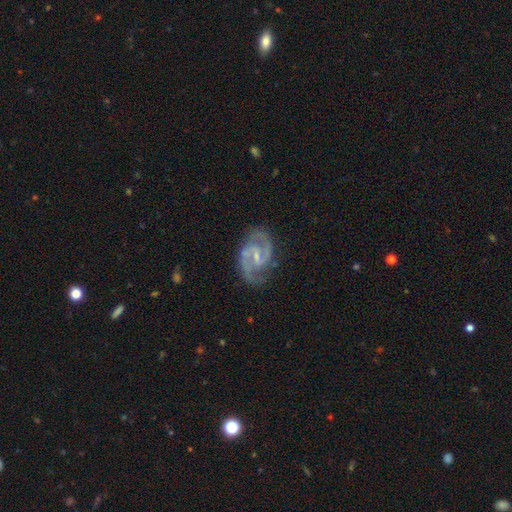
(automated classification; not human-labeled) smooth-or-featured: featured or disk: 90% | smooth: 6% | star or artifact: 5%
  disk-edge-on: no: 98% | yes: 2%
    bar: weak: 58% | strong: 22% | no: 20%
    has-spiral-arms: yes: 97% | no: 3%
      spiral-winding: medium: 62% | tight: 21% | loose: 17%
      spiral-arm-count: 2: 90% | can't tell: 3% | 3: 3% | 1: 1% | 4: 1% | more than 4: 1%
    bulge-size: small: 64% | moderate: 22% | none: 12% | large: 1% | dominant: 1%
  merging: none: 76% | minor disturbance: 16% | major disturbance: 6% | merger: 2%